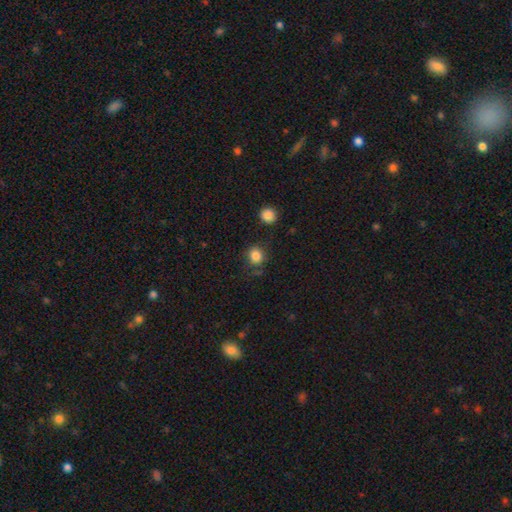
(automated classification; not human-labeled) This appears to be a smooth galaxy with no disk features (84%) that is round (82%). Merging: none (78%).